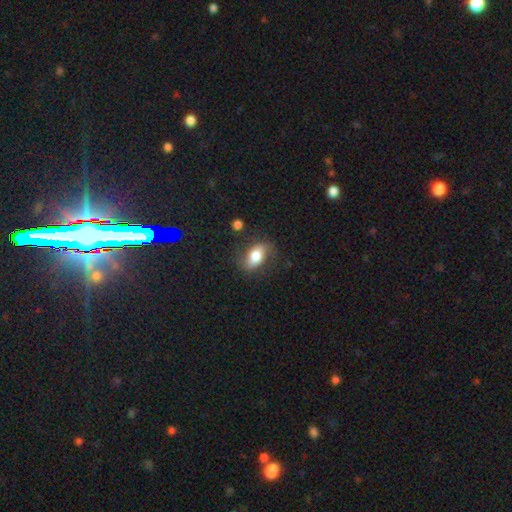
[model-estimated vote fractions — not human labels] smooth_or_featured: smooth (p=0.60) [alt: featured or disk p=0.32]
how_rounded: in between (p=0.84) [alt: round p=0.11]
merging: none (p=0.70) [alt: minor disturbance p=0.19]